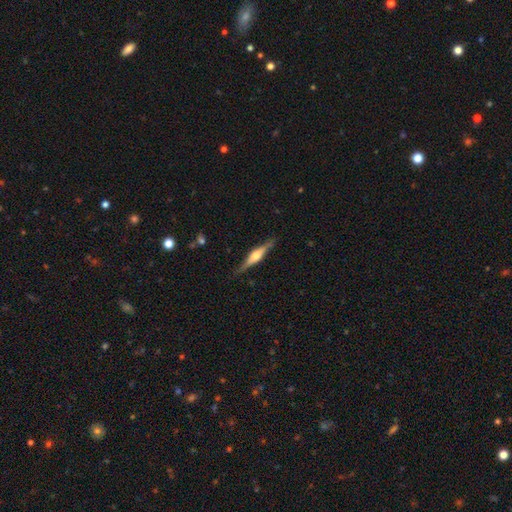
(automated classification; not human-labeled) Smooth or featured? Predicted: featured or disk (p=0.74). Edge-on disk? Predicted: yes (p=0.97). Edge-on bulge? Predicted: rounded (p=0.87). Merging? Predicted: none (p=0.86).